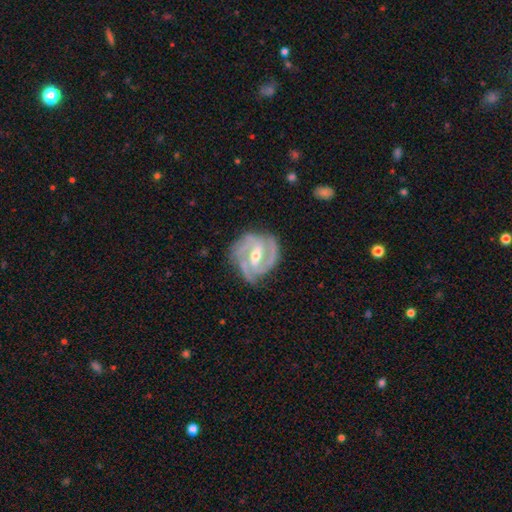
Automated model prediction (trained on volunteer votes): Smooth or featured? featured or disk (91%)
Edge-on disk? no (97%)
Bar? strong (46%)
Spiral arms? yes (98%)
Spiral winding? tight (52%)
Spiral arm count? 3 (45%)
Bulge size? moderate (59%)
Merging? none (74%)